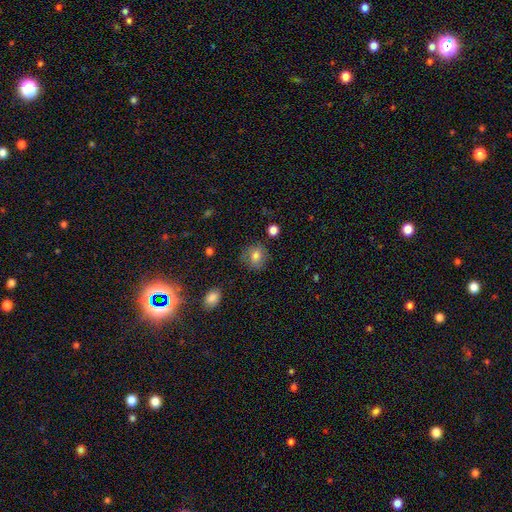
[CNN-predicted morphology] smooth-or-featured: smooth: 77% | featured or disk: 12% | star or artifact: 11%
  how-rounded: round: 72% | in between: 27% | cigar-shaped: 1%
  merging: none: 77% | minor disturbance: 16% | major disturbance: 5% | merger: 2%